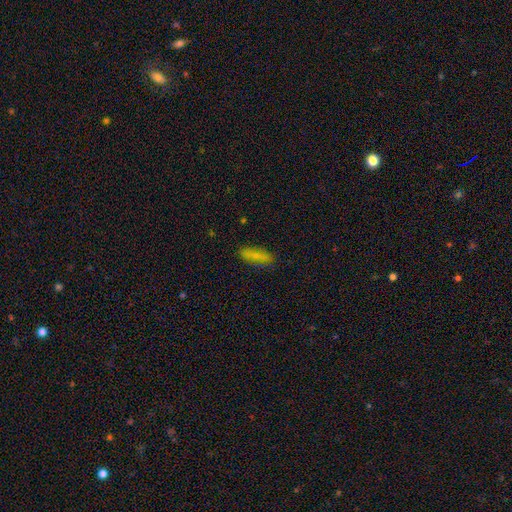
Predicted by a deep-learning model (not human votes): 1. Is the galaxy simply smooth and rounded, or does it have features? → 75% smooth, 16% featured or disk, 9% star or artifact.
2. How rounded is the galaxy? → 49% cigar-shaped, 48% in between, 3% round.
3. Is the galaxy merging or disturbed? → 84% none, 12% minor disturbance, 3% major disturbance, 1% merger.